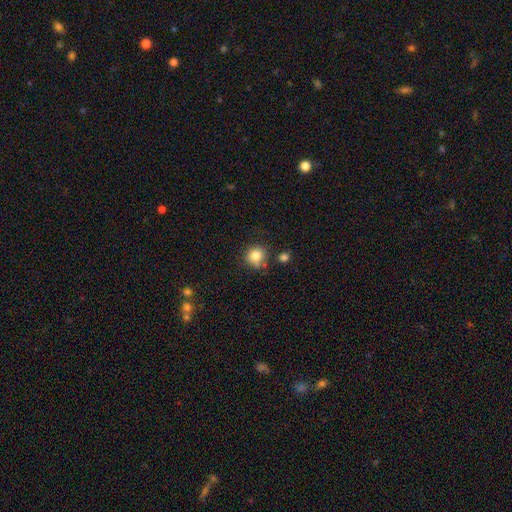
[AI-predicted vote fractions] Morphology: type=smooth (83%); roundness=round (87%); merging=none (72%).